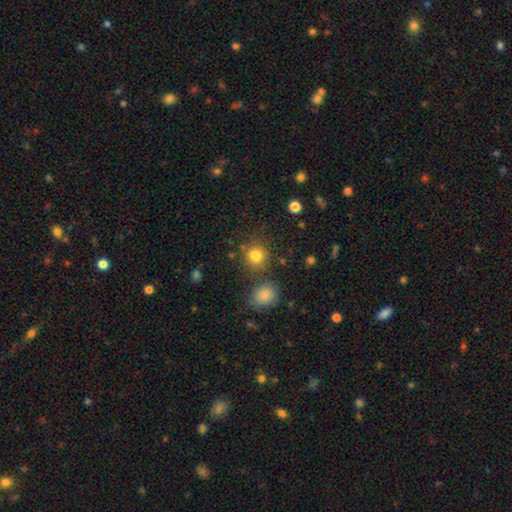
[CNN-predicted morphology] smooth-or-featured: smooth: 82% | star or artifact: 12% | featured or disk: 6%
  how-rounded: round: 90% | in between: 9% | cigar-shaped: 1%
  merging: none: 78% | merger: 9% | minor disturbance: 9% | major disturbance: 4%